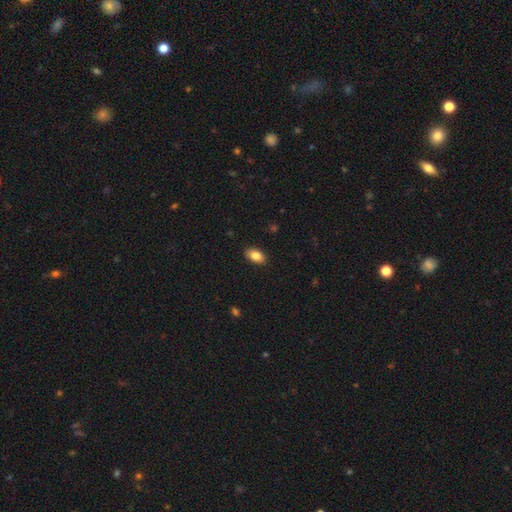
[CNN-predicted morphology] A smooth galaxy with no disk features (84%) that is in between round and cigar-shaped (92%).

Vote fractions:
- Smooth or featured? smooth: 84% / featured or disk: 8% / star or artifact: 8%
- How rounded? in between: 92% / round: 5% / cigar-shaped: 3%
- Merging? none: 89% / minor disturbance: 9% / major disturbance: 2% / merger: 1%